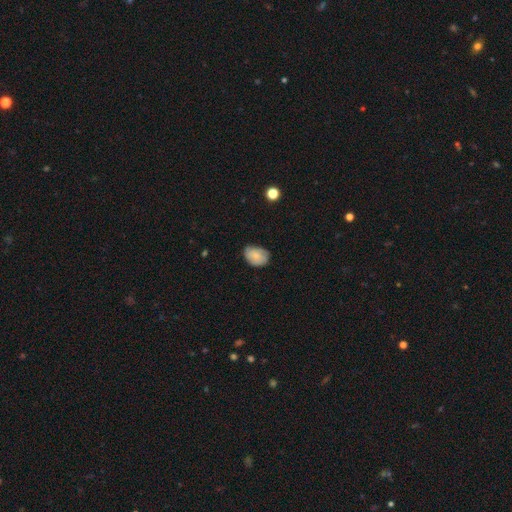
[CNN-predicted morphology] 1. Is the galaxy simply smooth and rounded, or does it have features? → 75% smooth, 17% featured or disk, 7% star or artifact.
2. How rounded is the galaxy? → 76% in between, 23% round, 1% cigar-shaped.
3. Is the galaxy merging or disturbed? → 69% none, 26% minor disturbance, 4% major disturbance, 1% merger.